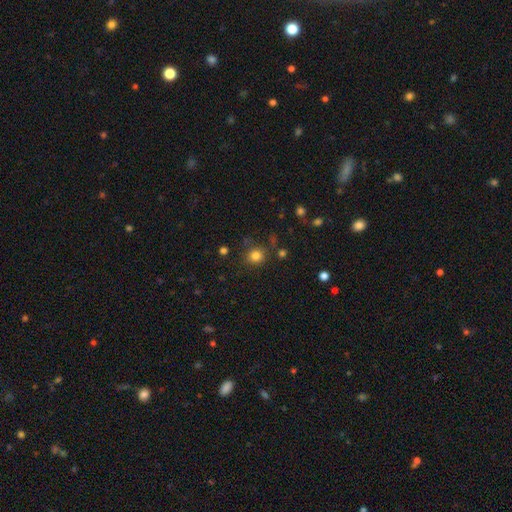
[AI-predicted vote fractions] smooth-or-featured: smooth: 82% | star or artifact: 13% | featured or disk: 5%
  how-rounded: round: 87% | in between: 12% | cigar-shaped: 1%
  merging: none: 81% | minor disturbance: 10% | merger: 5% | major disturbance: 4%